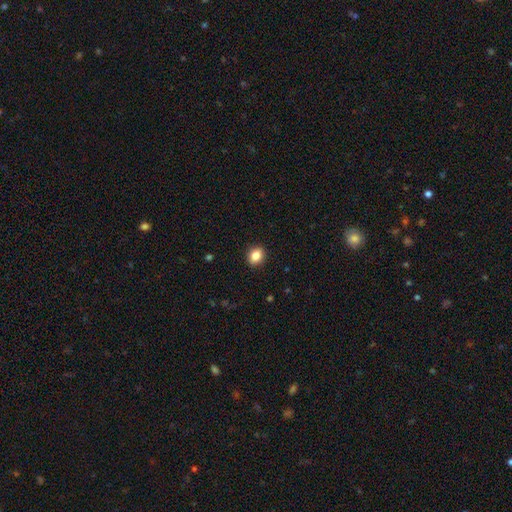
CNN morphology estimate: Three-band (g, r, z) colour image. It shows a smooth galaxy with no disk features (84%) that is round (54%). Merging: none (90%).